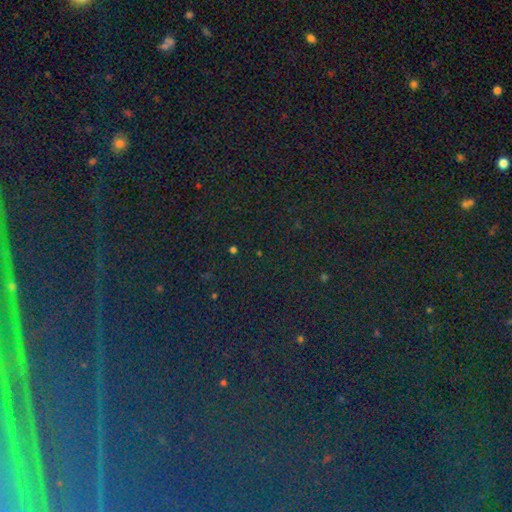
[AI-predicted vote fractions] A star or artifact, not a galaxy (82%).

Vote fractions:
- Smooth or featured? star or artifact: 82% / smooth: 9% / featured or disk: 8%